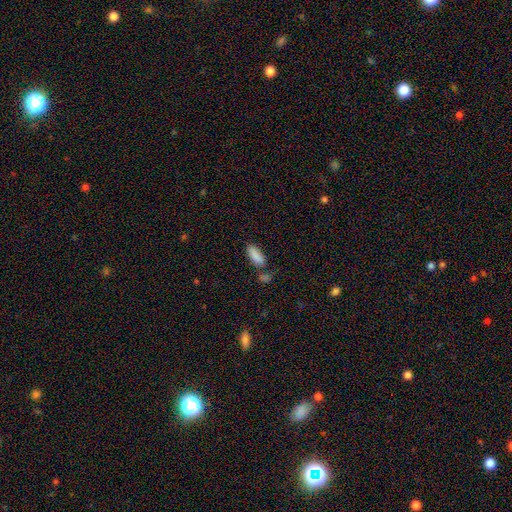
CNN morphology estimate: smooth-or-featured: smooth: 88% | star or artifact: 7% | featured or disk: 5%
  how-rounded: in between: 80% | cigar-shaped: 18% | round: 2%
  merging: none: 64% | merger: 17% | minor disturbance: 15% | major disturbance: 4%